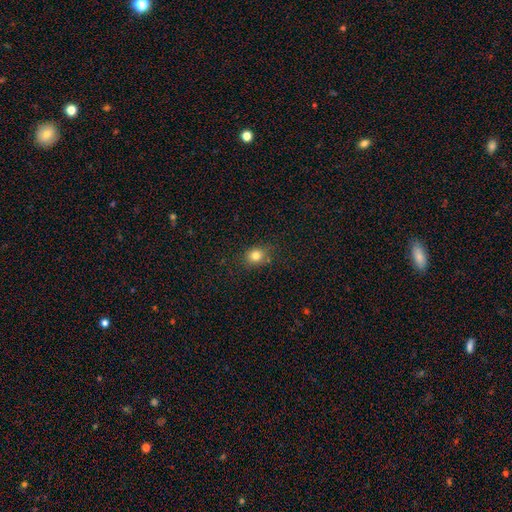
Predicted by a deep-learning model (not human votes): Overall: smooth (82%). How rounded: round (68%; in between 31%). Merging: none (79%).